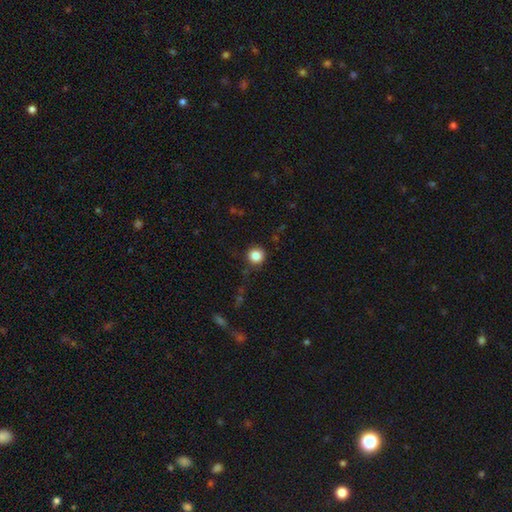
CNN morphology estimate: Smooth or featured: smooth — 85% (star or artifact — 10%)
How rounded: round — 94% (in between — 5%)
Merging: none — 87% (minor disturbance — 9%)